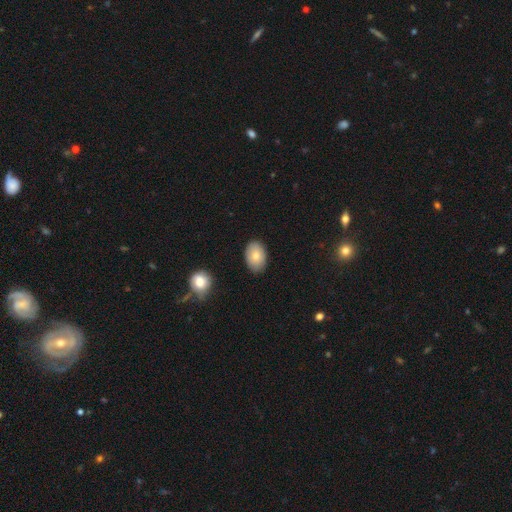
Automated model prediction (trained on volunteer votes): A smooth galaxy with no disk features (81%) that is in between round and cigar-shaped (85%). Merging: none (84%).